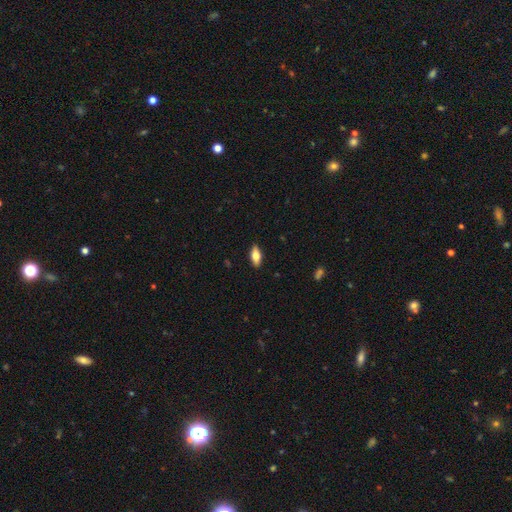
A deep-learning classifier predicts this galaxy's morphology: Smooth or featured?
  - smooth: 72% *
  - featured or disk: 21%
  - star or artifact: 7%
How rounded?
  - in between: 82% *
  - cigar-shaped: 15%
  - round: 3%
Merging?
  - none: 89% *
  - minor disturbance: 8%
  - major disturbance: 2%
  - merger: 1%